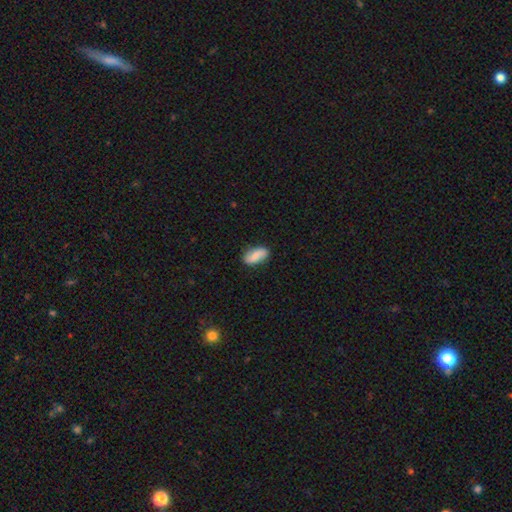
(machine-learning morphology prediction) The model was most divided on "smooth or featured": smooth: 70%, featured or disk: 23%, star or artifact: 7%. More confident: how rounded — in between (89%); merging — none (81%).